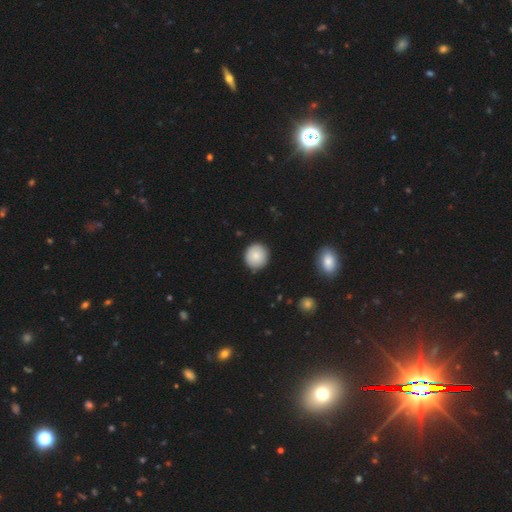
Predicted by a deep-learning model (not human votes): This is clearly a smooth galaxy (86%). How rounded: clearly round (91%). Merging: clearly none (90%).